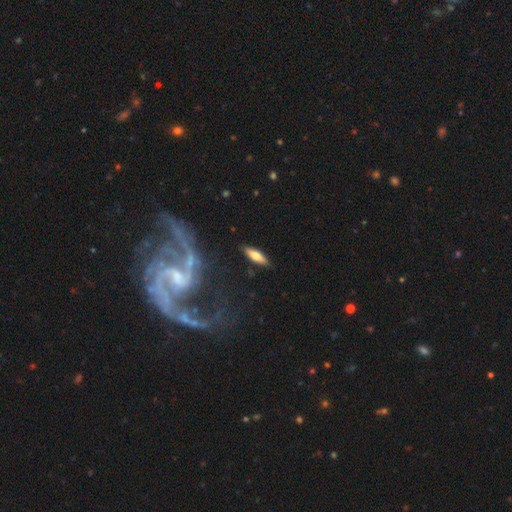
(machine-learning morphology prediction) Q: Smooth or featured?
A: smooth (62%); runner-up: featured or disk (30%)
Q: How rounded?
A: cigar-shaped (53%); runner-up: in between (45%)
Q: Merging?
A: none (87%); runner-up: minor disturbance (10%)